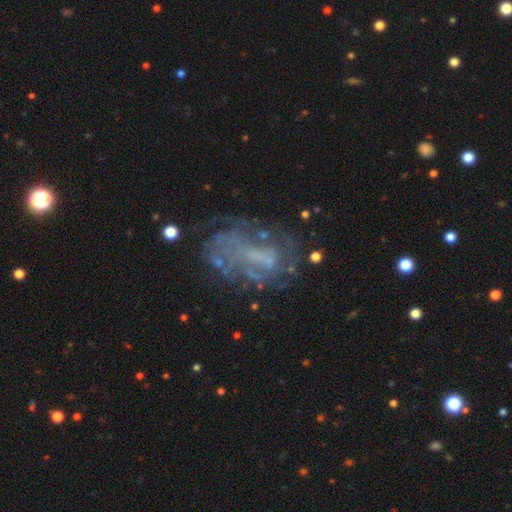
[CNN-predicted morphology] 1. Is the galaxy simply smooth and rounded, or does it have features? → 65% featured or disk, 18% smooth, 16% star or artifact.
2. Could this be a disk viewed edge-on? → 96% no, 4% yes.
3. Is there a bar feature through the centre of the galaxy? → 65% no, 26% weak, 9% strong.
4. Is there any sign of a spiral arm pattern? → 55% no, 45% yes.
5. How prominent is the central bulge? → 66% none, 20% small, 11% moderate, 3% large, 1% dominant.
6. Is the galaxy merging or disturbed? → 52% none, 24% major disturbance, 20% minor disturbance, 5% merger.